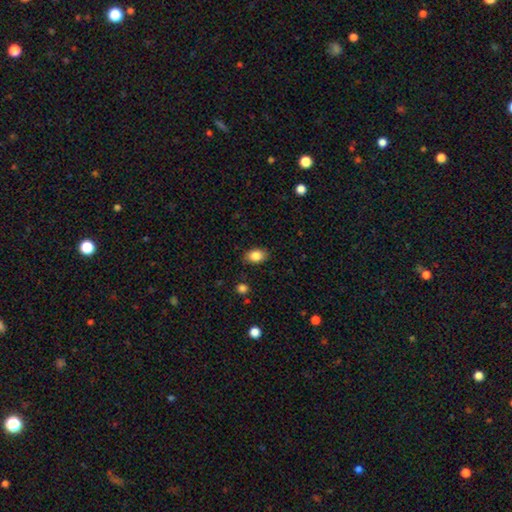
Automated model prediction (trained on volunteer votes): Smooth or featured? Predicted: smooth (p=0.85). How rounded? Predicted: in between (p=0.80). Merging? Predicted: none (p=0.84).